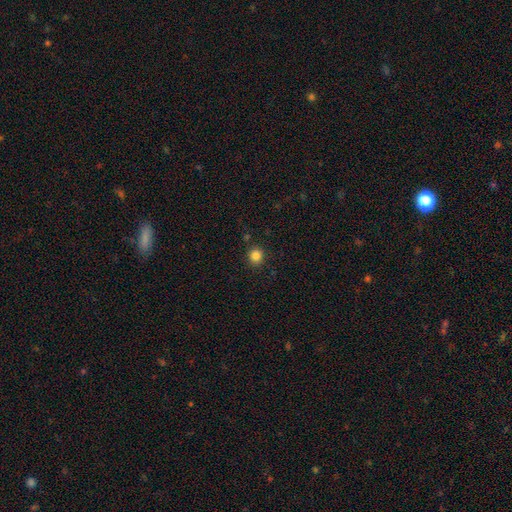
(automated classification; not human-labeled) Morphology: type=smooth (84%); roundness=round (88%); merging=none (89%).